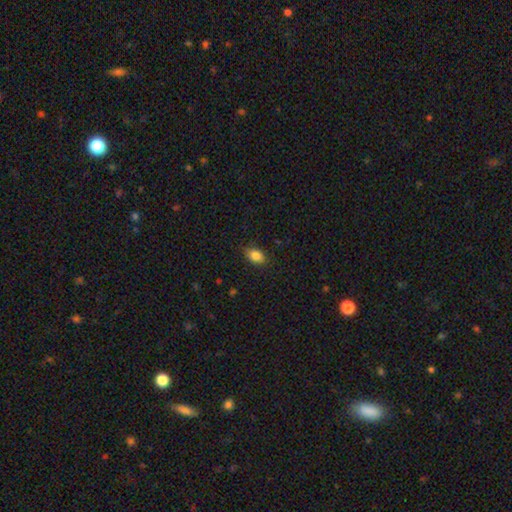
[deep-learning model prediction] A smooth galaxy with no disk features (86%) that is in between round and cigar-shaped (79%). Merging: none (84%).